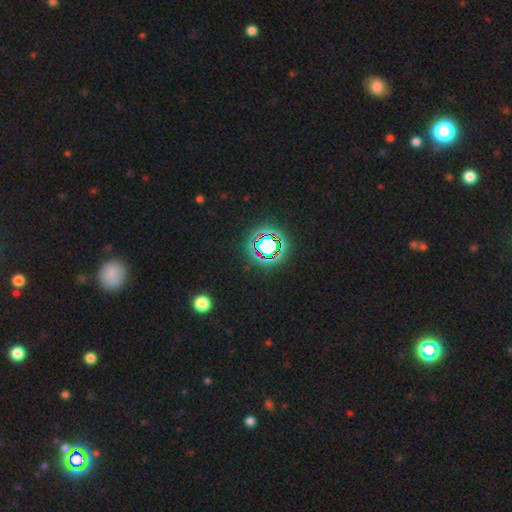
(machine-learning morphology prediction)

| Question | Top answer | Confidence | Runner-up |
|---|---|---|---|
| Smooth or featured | star or artifact | 80% | smooth (13%) |